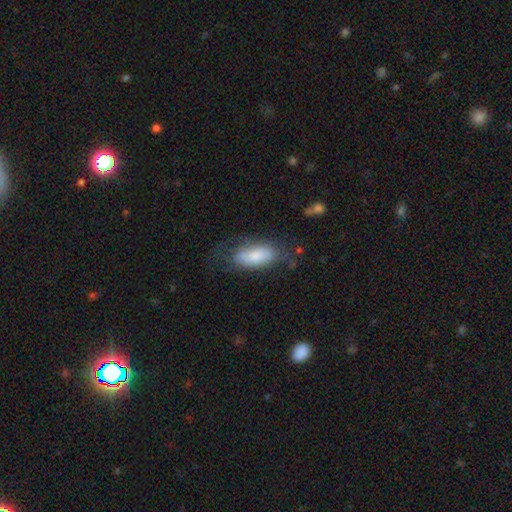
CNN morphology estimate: Q: Smooth or featured?
A: smooth (75%); runner-up: featured or disk (19%)
Q: How rounded?
A: in between (85%); runner-up: cigar-shaped (12%)
Q: Merging?
A: none (59%); runner-up: minor disturbance (25%)